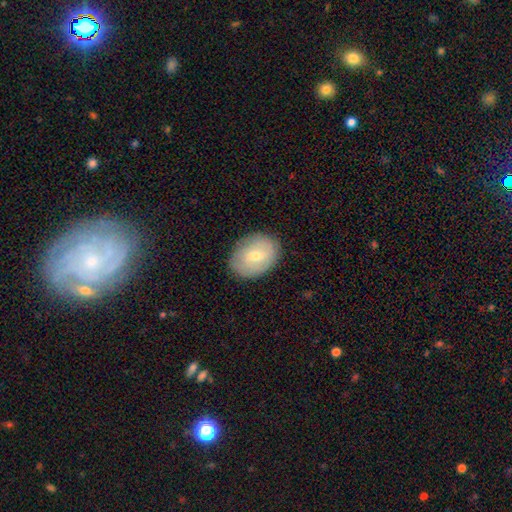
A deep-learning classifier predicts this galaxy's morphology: Smooth or featured?
  - smooth: 58% *
  - featured or disk: 35%
  - star or artifact: 7%
How rounded?
  - in between: 68% *
  - round: 31%
  - cigar-shaped: 1%
Merging?
  - none: 84% *
  - minor disturbance: 12%
  - major disturbance: 3%
  - merger: 1%